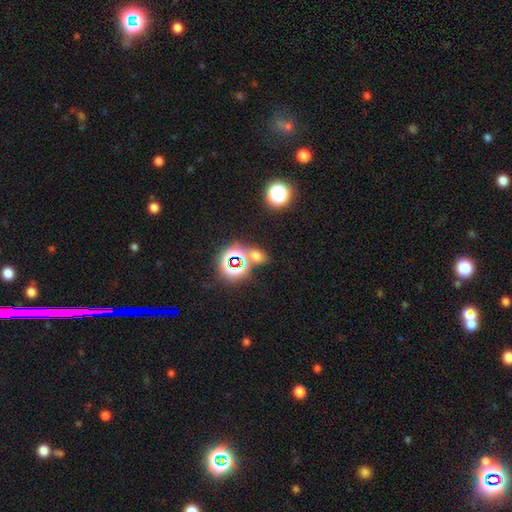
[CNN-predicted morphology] Q: Smooth or featured?
A: smooth (52%); runner-up: star or artifact (40%)
Q: How rounded?
A: in between (63%); runner-up: round (34%)
Q: Merging?
A: none (61%); runner-up: merger (23%)